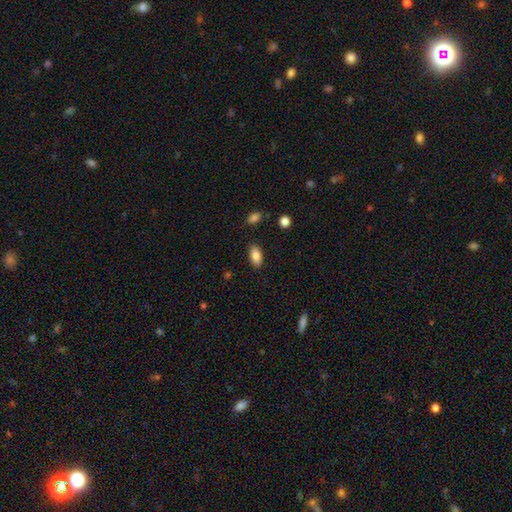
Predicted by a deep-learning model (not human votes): Smooth or featured: smooth — 85% (star or artifact — 8%)
How rounded: in between — 91% (cigar-shaped — 6%)
Merging: none — 86% (minor disturbance — 10%)